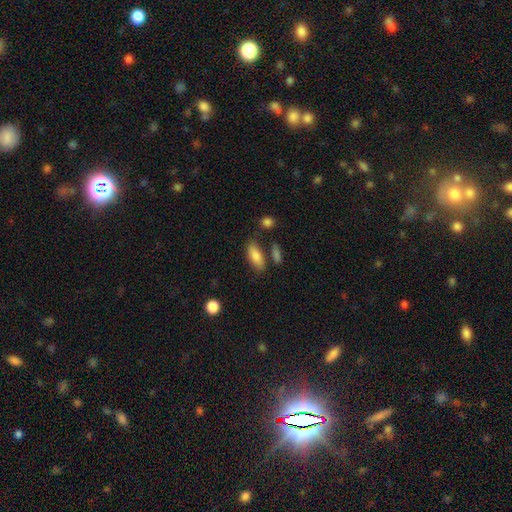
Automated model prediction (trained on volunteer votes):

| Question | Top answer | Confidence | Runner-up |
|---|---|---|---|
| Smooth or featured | smooth | 83% | featured or disk (10%) |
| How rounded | in between | 77% | cigar-shaped (20%) |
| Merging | none | 72% | minor disturbance (15%) |